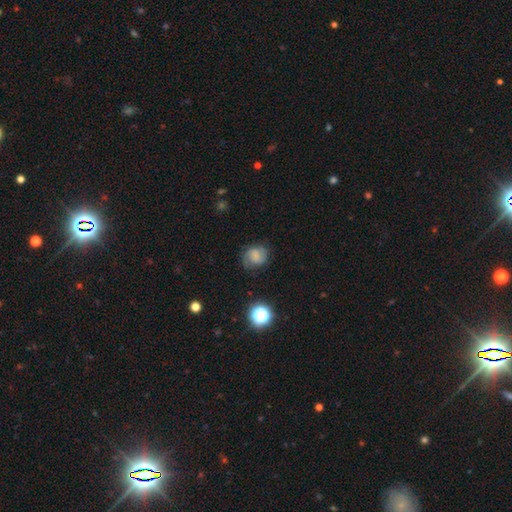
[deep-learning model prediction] A smooth galaxy with no disk features (58%) that is round (69%). Merging: none (69%).